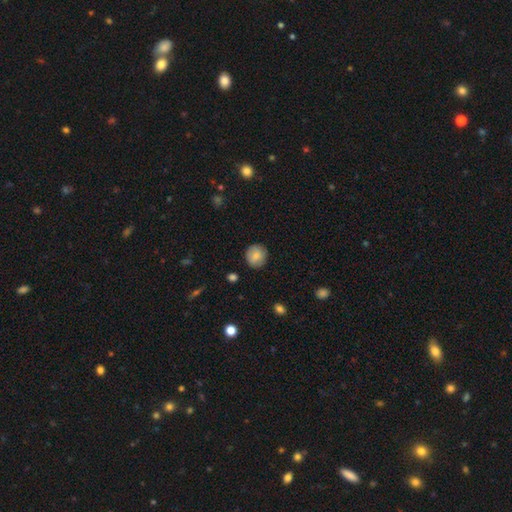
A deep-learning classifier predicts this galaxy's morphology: This is clearly a smooth galaxy (83%). How rounded: clearly round (87%). Merging: clearly none (87%).